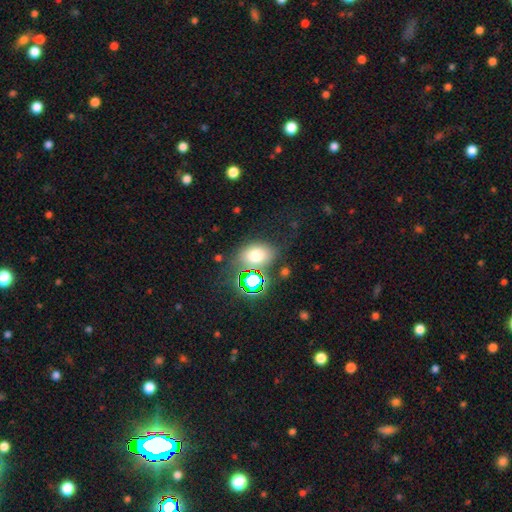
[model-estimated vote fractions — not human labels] This appears to be a smooth galaxy with no disk features (67%) that is in between round and cigar-shaped (71%). Merging: none (69%).